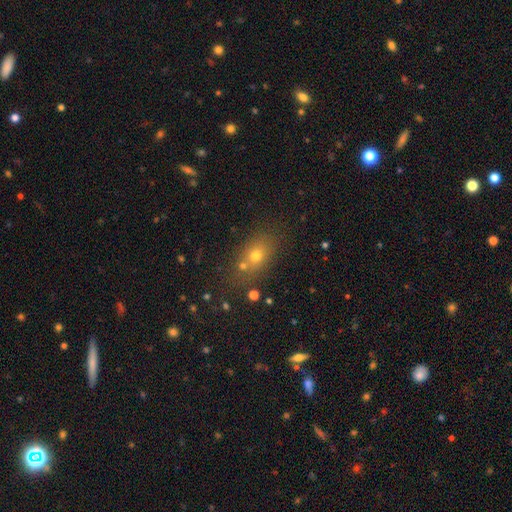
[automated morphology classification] A smooth galaxy with no disk features (66%) that is in between round and cigar-shaped (61%).

Vote fractions:
- Smooth or featured? smooth: 66% / star or artifact: 19% / featured or disk: 15%
- How rounded? in between: 61% / round: 35% / cigar-shaped: 4%
- Merging? none: 66% / merger: 18% / minor disturbance: 12% / major disturbance: 5%